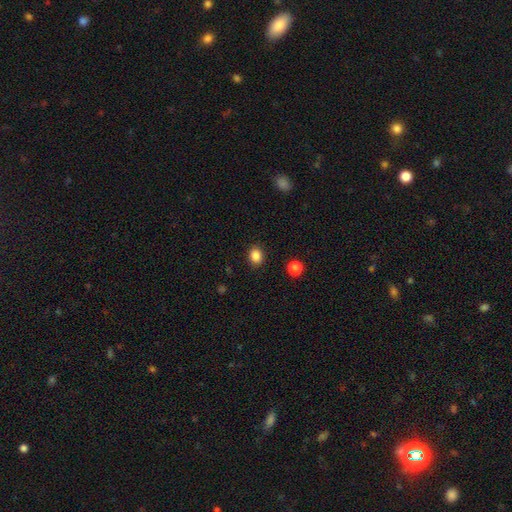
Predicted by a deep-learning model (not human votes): Smooth or featured? Predicted: smooth (p=0.86). How rounded? Predicted: round (p=0.59). Merging? Predicted: none (p=0.89).